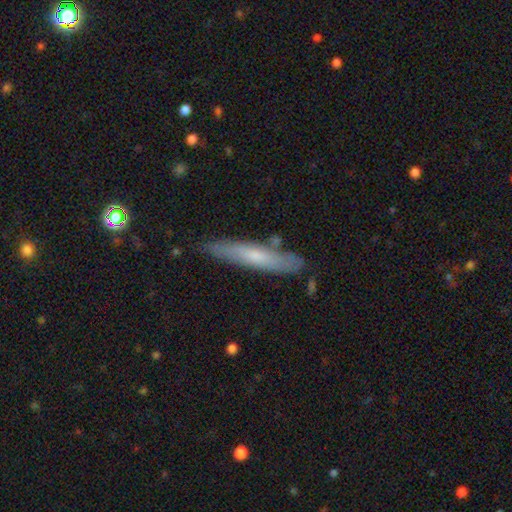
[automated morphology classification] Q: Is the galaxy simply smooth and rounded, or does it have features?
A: smooth — 56%.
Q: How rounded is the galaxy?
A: cigar-shaped — 88%.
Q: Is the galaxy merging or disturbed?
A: none — 79%.